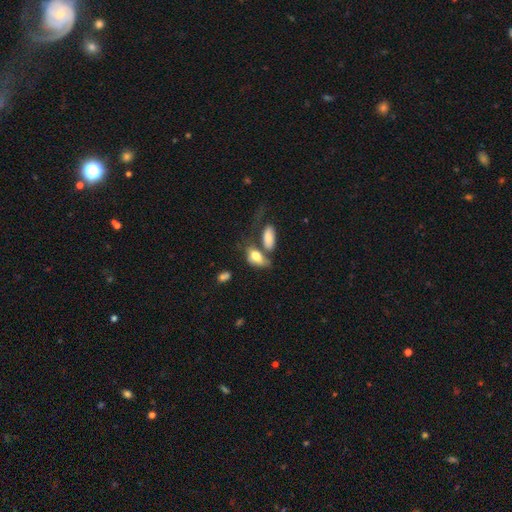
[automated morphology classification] Q: Smooth or featured?
A: smooth (74%); runner-up: featured or disk (19%)
Q: How rounded?
A: in between (89%); runner-up: round (6%)
Q: Merging?
A: merger (40%); runner-up: none (29%)